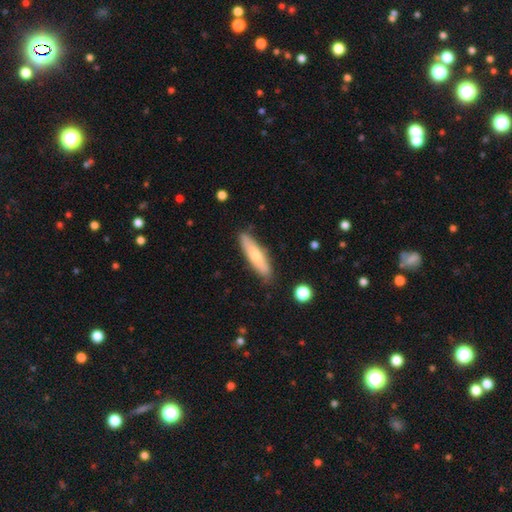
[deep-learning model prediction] Overall: smooth (65%; featured or disk 30%). How rounded: cigar-shaped (72%). Merging: none (84%).